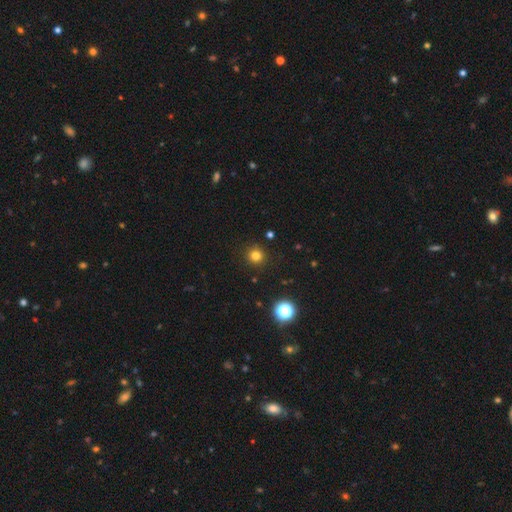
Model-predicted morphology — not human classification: smooth-or-featured: smooth: 79% | star or artifact: 16% | featured or disk: 5%
  how-rounded: round: 95% | in between: 4% | cigar-shaped: 1%
  merging: none: 91% | minor disturbance: 5% | major disturbance: 2% | merger: 1%